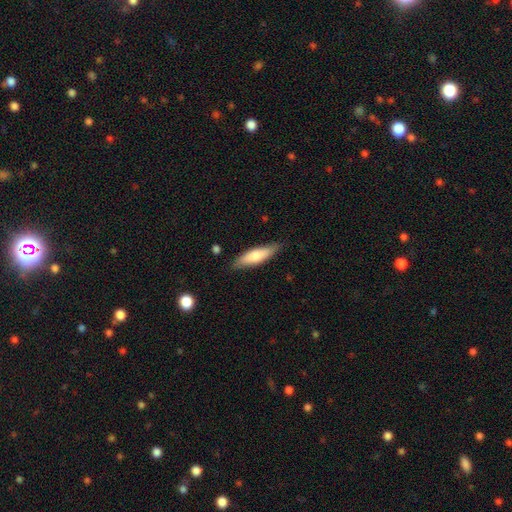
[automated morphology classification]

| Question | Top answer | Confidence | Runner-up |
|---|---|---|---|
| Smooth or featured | smooth | 68% | featured or disk (26%) |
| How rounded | cigar-shaped | 58% | in between (41%) |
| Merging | none | 82% | minor disturbance (14%) |